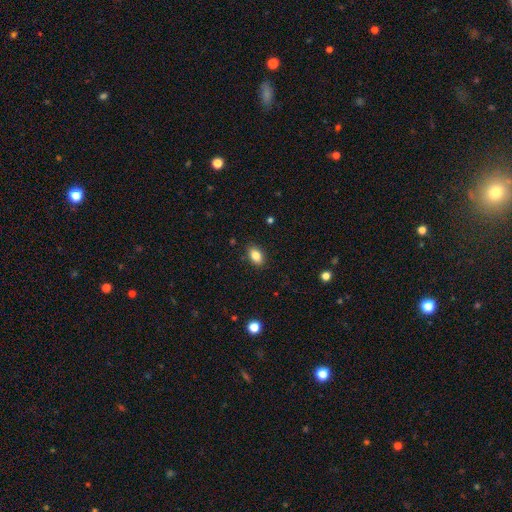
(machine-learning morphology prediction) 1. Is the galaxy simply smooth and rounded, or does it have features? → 84% smooth, 9% star or artifact, 7% featured or disk.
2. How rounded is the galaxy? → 87% in between, 11% round, 2% cigar-shaped.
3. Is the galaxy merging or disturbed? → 87% none, 10% minor disturbance, 2% major disturbance, 1% merger.